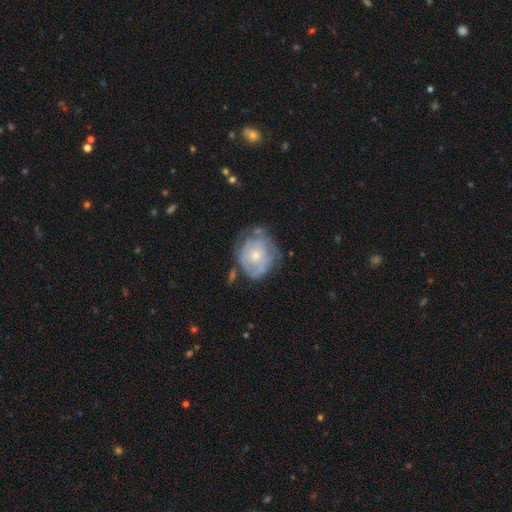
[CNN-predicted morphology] Smooth or featured? featured or disk (60%)
Edge-on disk? no (97%)
Bar? no (86%)
Spiral arms? no (50%, tied with yes)
Bulge size? small (59%)
Merging? none (50%)